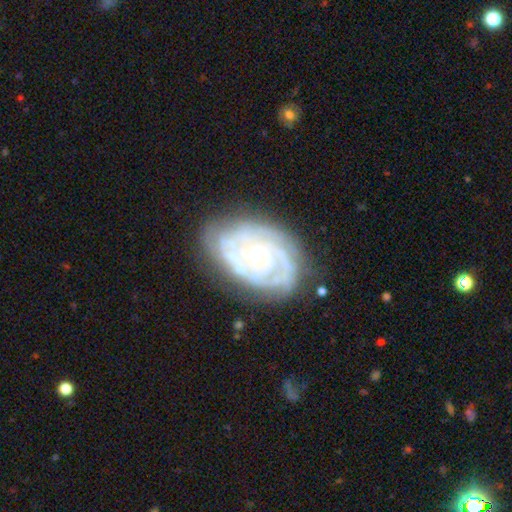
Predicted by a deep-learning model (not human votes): A featured or disk galaxy (86%) with no bar (77%), tight (75%) spiral arms (93%) and a small central bulge (58%). Merging: none (69%).